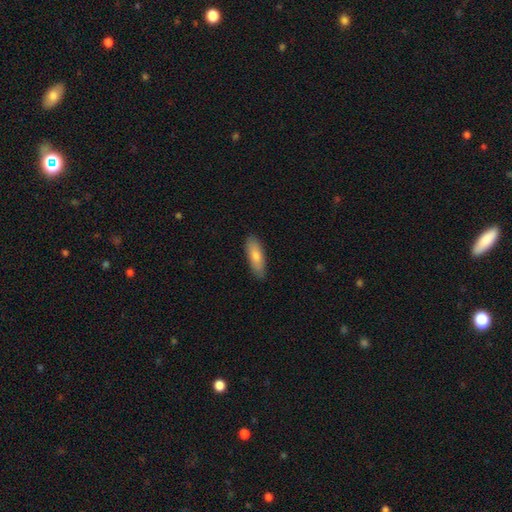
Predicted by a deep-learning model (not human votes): Smooth or featured?
  - smooth: 79% *
  - featured or disk: 15%
  - star or artifact: 6%
How rounded?
  - in between: 58% *
  - cigar-shaped: 40%
  - round: 2%
Merging?
  - none: 85% *
  - minor disturbance: 12%
  - major disturbance: 2%
  - merger: 1%